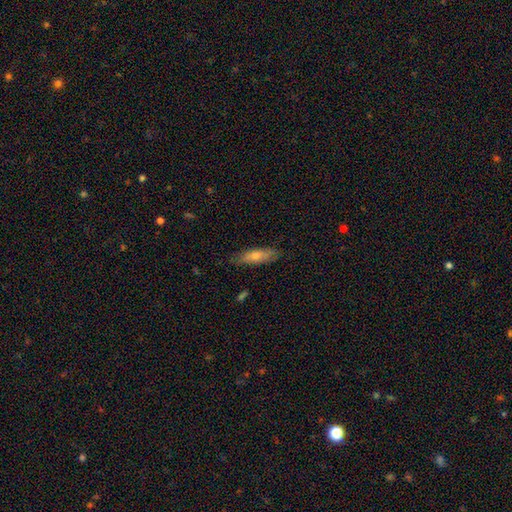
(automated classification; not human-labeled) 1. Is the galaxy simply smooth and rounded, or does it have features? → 58% smooth, 35% featured or disk, 7% star or artifact.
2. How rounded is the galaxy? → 63% cigar-shaped, 35% in between, 2% round.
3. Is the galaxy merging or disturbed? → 82% none, 15% minor disturbance, 3% major disturbance, 1% merger.